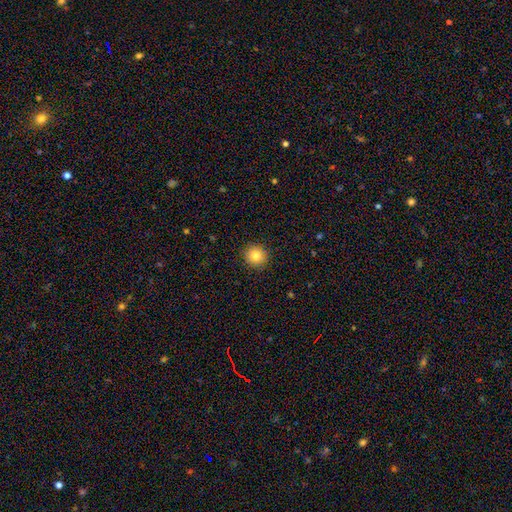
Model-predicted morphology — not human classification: smooth_or_featured: smooth (p=0.82) [alt: star or artifact p=0.11]
how_rounded: round (p=0.92) [alt: in between p=0.07]
merging: none (p=0.91) [alt: minor disturbance p=0.06]